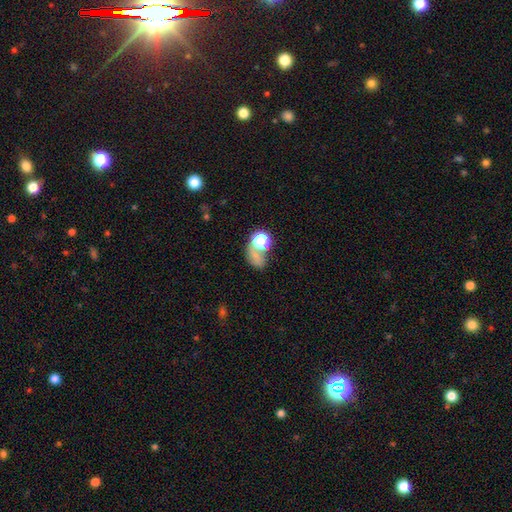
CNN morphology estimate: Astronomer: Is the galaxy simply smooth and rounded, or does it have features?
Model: smooth — 56%.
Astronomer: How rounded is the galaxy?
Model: round — 49% (runner-up: in between, 48%).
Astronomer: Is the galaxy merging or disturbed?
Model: none — 37% (runner-up: merger, 24%).